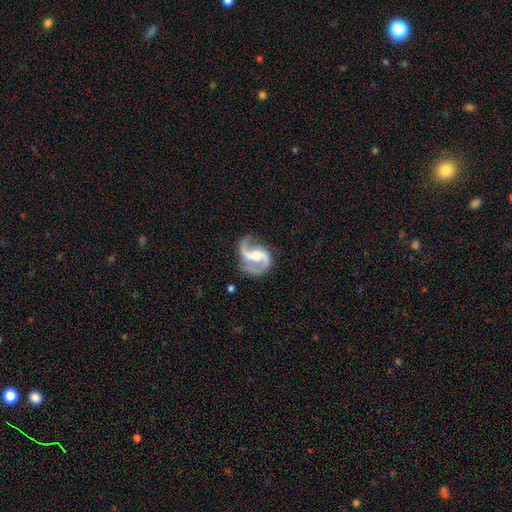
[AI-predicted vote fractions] A featured or disk galaxy (92%) with a weak bar (43%), 2 (93%) medium (49%) spiral arms (98%) and a moderate central bulge (53%).

Vote fractions:
- Smooth or featured? featured or disk: 92% / smooth: 4% / star or artifact: 4%
- Edge-on disk? no: 98% / yes: 2%
- Bar? weak: 43% / no: 34% / strong: 23%
- Spiral arms? yes: 98% / no: 2%
- Spiral winding? medium: 49% / loose: 41% / tight: 9%
- Spiral arm count? 2: 93% / 1: 2% / can't tell: 2% / 3: 1% / 4: 1% / more than 4: 1%
- Bulge size? moderate: 53% / small: 34% / large: 6% / none: 5% / dominant: 1%
- Merging? none: 75% / minor disturbance: 16% / major disturbance: 8% / merger: 2%